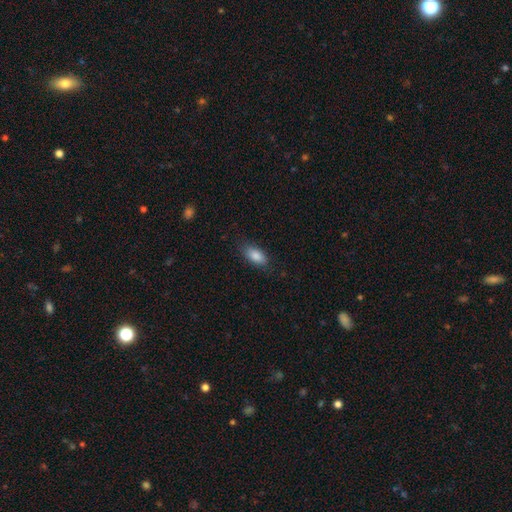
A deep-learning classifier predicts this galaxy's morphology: Overall: smooth (86%). How rounded: in between (88%). Merging: none (80%).